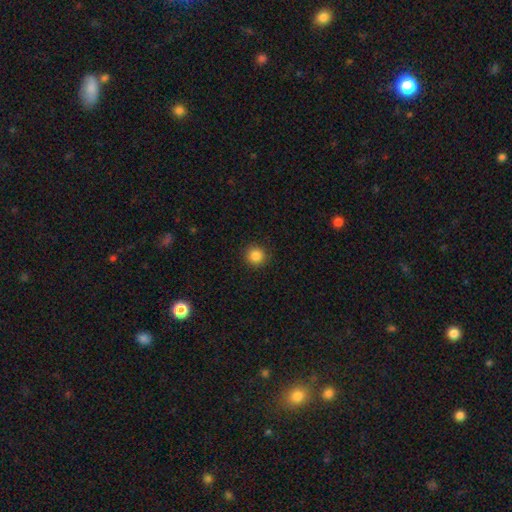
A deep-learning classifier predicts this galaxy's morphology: smooth 86%, star or artifact 11%, featured or disk 4%. Down the decision tree: how rounded — round (95%); merging — none (91%).